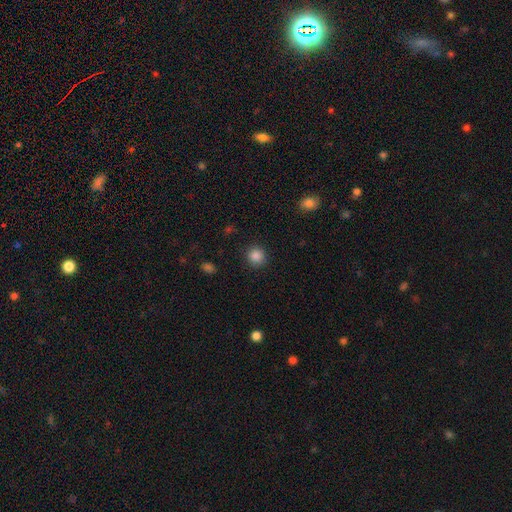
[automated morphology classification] Smooth or featured?
  - smooth: 86% *
  - star or artifact: 11%
  - featured or disk: 3%
How rounded?
  - round: 92% *
  - in between: 7%
  - cigar-shaped: 1%
Merging?
  - none: 90% *
  - minor disturbance: 6%
  - major disturbance: 2%
  - merger: 1%